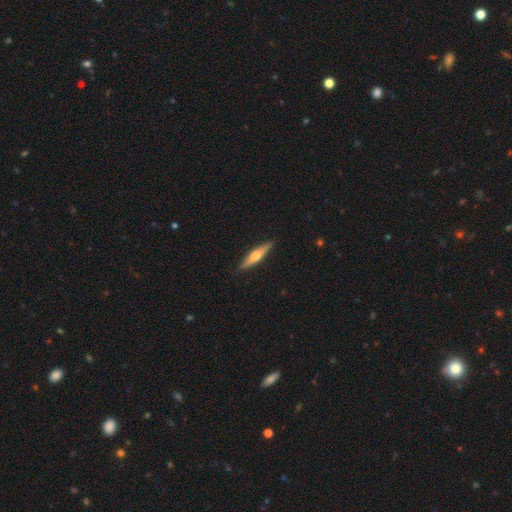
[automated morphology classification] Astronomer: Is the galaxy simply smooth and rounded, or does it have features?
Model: featured or disk — 62%.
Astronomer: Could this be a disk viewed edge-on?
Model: yes — 97%.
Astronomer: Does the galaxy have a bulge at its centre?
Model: rounded — 90%.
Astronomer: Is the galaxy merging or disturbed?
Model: none — 91%.